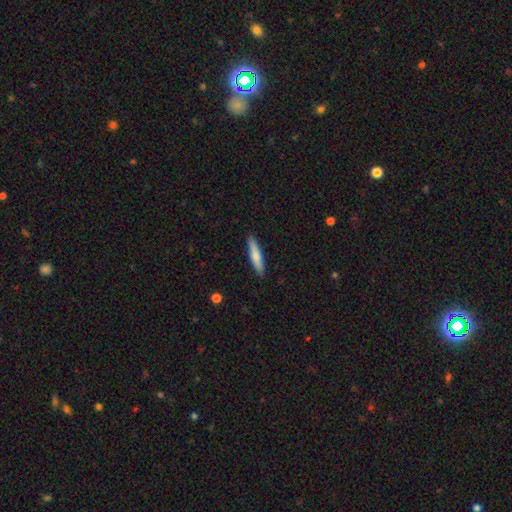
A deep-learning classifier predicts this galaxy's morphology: This is likely a smooth galaxy (74%). How rounded: clearly cigar-shaped (88%). Merging: clearly none (90%).